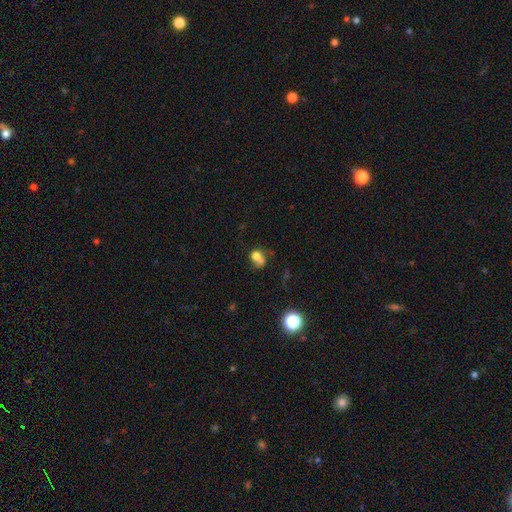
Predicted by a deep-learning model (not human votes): smooth_or_featured: smooth (p=0.69) [alt: featured or disk p=0.17]
how_rounded: round (p=0.63) [alt: in between p=0.36]
merging: merger (p=0.52) [alt: none p=0.26]